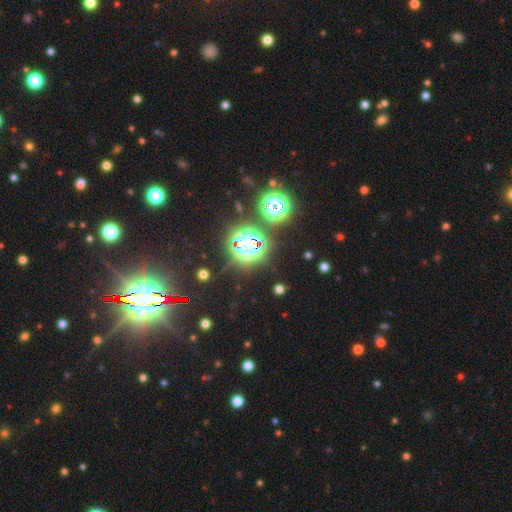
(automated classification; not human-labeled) Smooth or featured? star or artifact (81%)